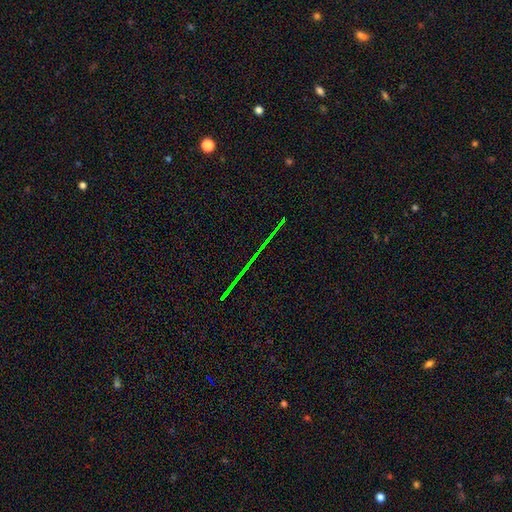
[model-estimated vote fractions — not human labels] Morphology: type=star or artifact (81%).